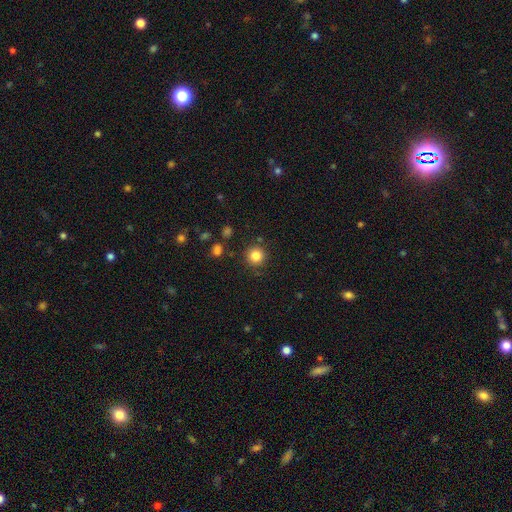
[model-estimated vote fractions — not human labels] A smooth galaxy with no disk features (83%) that is round (94%).

Vote fractions:
- Smooth or featured? smooth: 83% / star or artifact: 11% / featured or disk: 5%
- How rounded? round: 94% / in between: 5% / cigar-shaped: 1%
- Merging? none: 88% / minor disturbance: 7% / merger: 3% / major disturbance: 3%